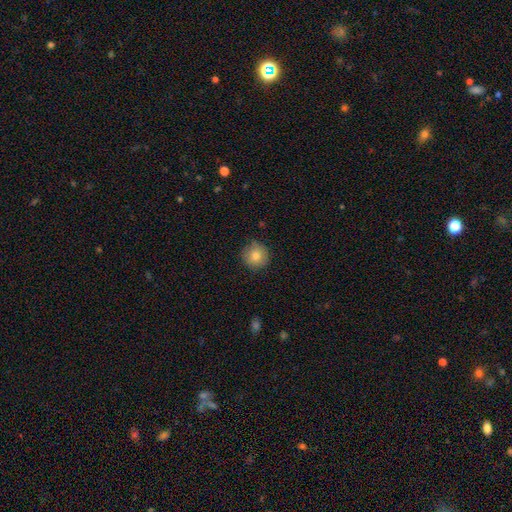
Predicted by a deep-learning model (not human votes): This is clearly a smooth galaxy (81%). How rounded: clearly round (93%). Merging: clearly none (84%).